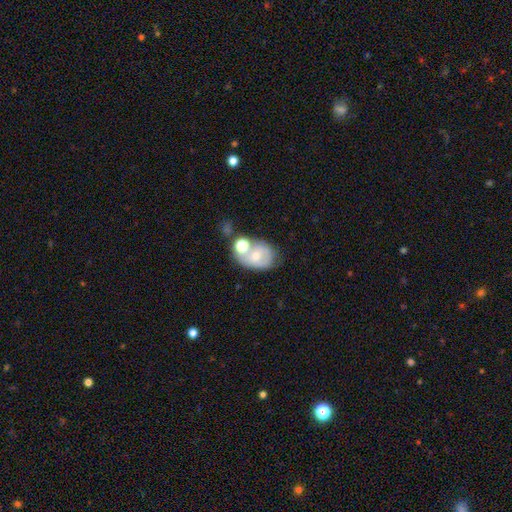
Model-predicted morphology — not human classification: The model was most divided on "merging": merger: 37%, none: 35%, minor disturbance: 17%, major disturbance: 10%. More confident: how rounded — in between (60%); smooth or featured — smooth (55%).